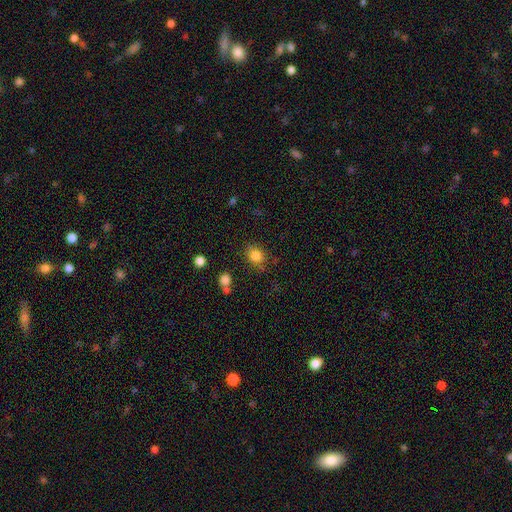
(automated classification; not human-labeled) smooth 84%, star or artifact 11%, featured or disk 5%. Down the decision tree: how rounded — round (63%); merging — none (77%).